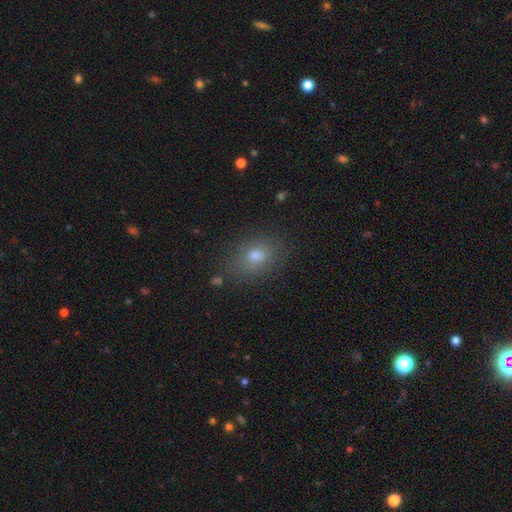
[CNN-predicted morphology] A smooth galaxy with no disk features (75%) that is in between round and cigar-shaped (73%). Merging: none (80%).